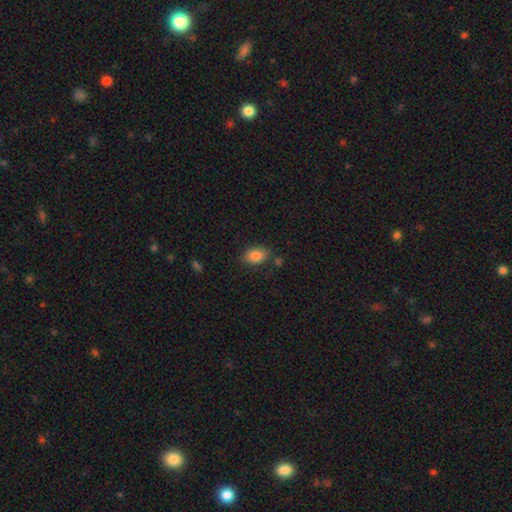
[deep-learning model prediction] Overall: smooth (85%). How rounded: in between (83%). Merging: none (77%).